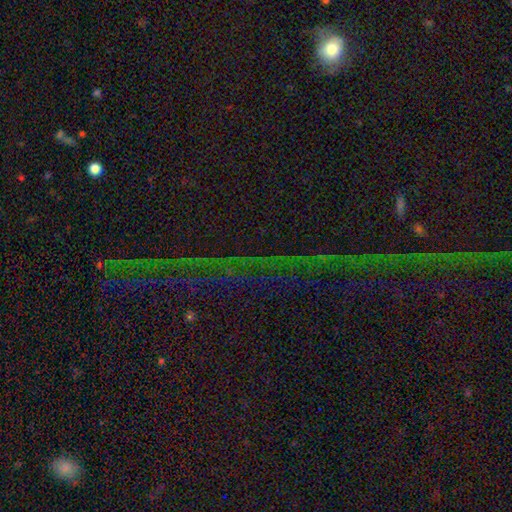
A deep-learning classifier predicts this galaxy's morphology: star or artifact 81%, smooth 10%, featured or disk 10%.